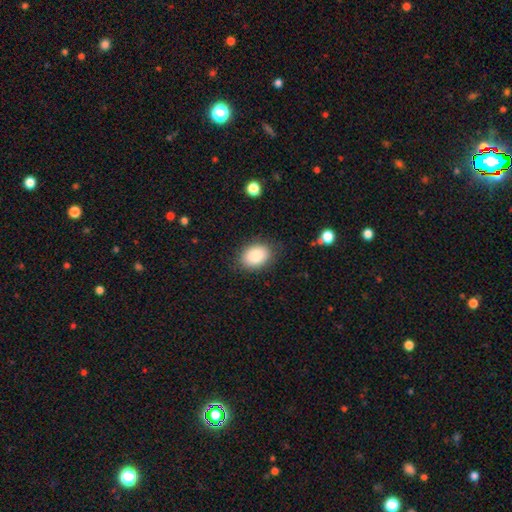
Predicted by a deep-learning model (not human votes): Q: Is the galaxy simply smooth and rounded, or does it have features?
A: smooth — 87%.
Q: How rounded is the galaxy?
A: in between — 76%.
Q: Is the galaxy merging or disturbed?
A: none — 85%.